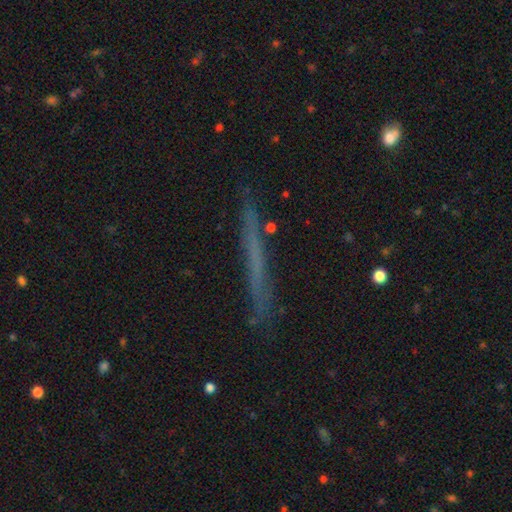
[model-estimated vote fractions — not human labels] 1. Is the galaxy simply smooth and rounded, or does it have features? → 46% smooth, 44% featured or disk, 10% star or artifact.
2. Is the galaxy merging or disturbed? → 84% none, 11% minor disturbance, 3% major disturbance, 2% merger.